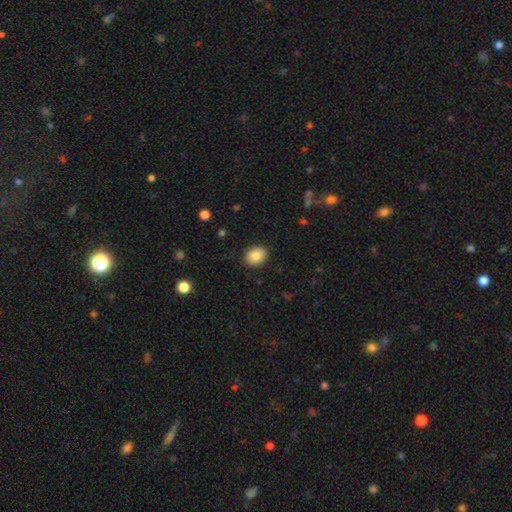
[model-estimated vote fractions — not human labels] Smooth or featured? smooth (86%)
How rounded? in between (58%)
Merging? none (90%)